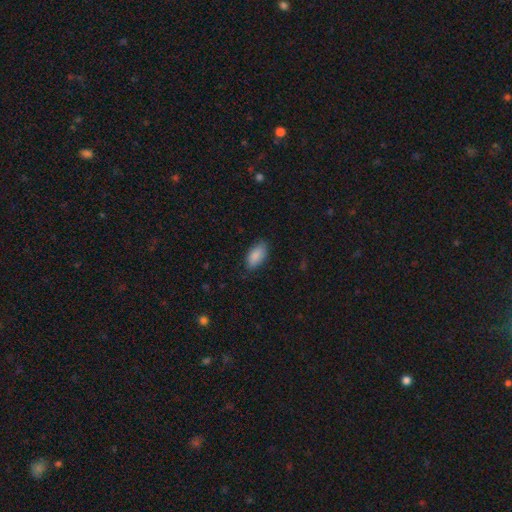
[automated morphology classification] type=smooth (89%); roundness=in between (92%); merging=none (80%).